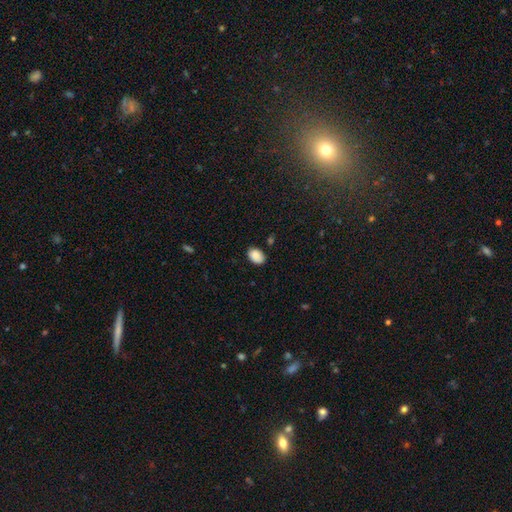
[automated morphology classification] Smooth or featured? smooth (89%)
How rounded? in between (81%)
Merging? none (80%)